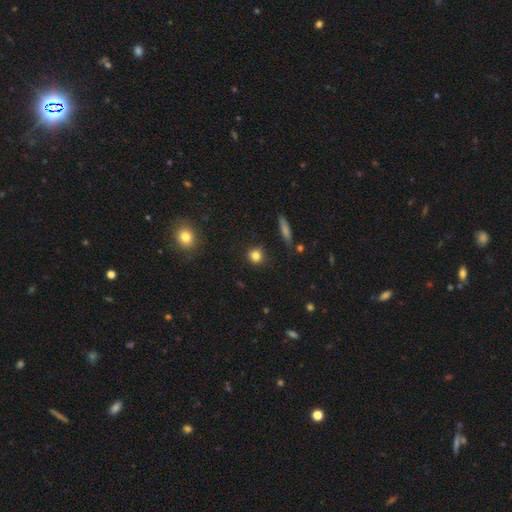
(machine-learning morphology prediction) Smooth or featured?
  - smooth: 82% *
  - star or artifact: 12%
  - featured or disk: 6%
How rounded?
  - round: 86% *
  - in between: 11%
  - cigar-shaped: 2%
Merging?
  - none: 87% *
  - minor disturbance: 9%
  - major disturbance: 2%
  - merger: 2%